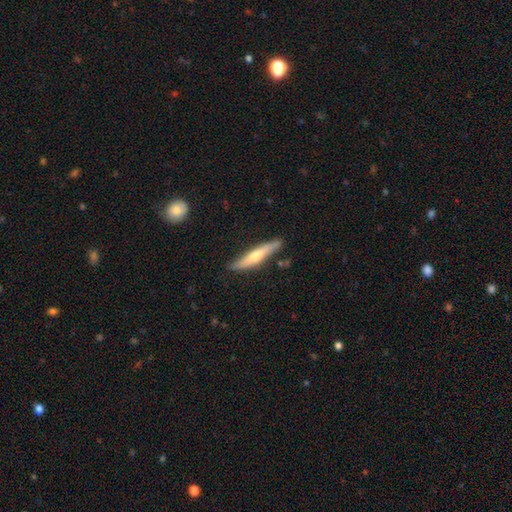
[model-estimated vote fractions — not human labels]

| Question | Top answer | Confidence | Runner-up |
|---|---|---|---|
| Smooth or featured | smooth | 50% | featured or disk (44%) |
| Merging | none | 82% | minor disturbance (14%) |